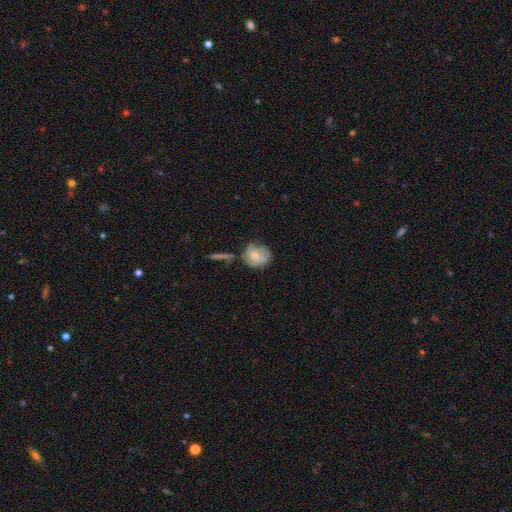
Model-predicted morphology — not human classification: Q: Smooth or featured?
A: smooth (63%); runner-up: featured or disk (29%)
Q: How rounded?
A: round (61%); runner-up: in between (38%)
Q: Merging?
A: none (49%); runner-up: minor disturbance (29%)